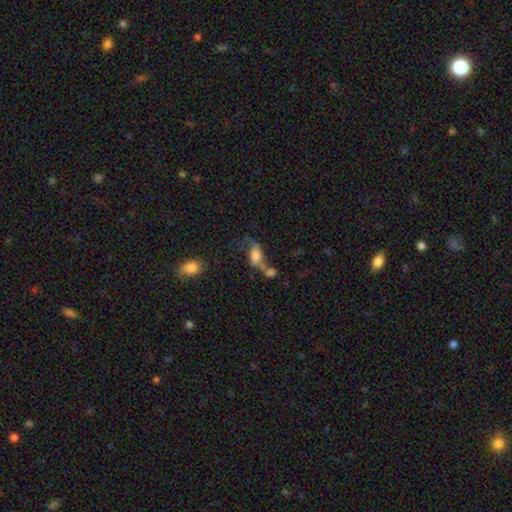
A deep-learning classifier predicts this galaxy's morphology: Smooth or featured?
  - smooth: 48% *
  - featured or disk: 41%
  - star or artifact: 11%
Merging?
  - merger: 36% *
  - none: 26%
  - major disturbance: 23%
  - minor disturbance: 15%